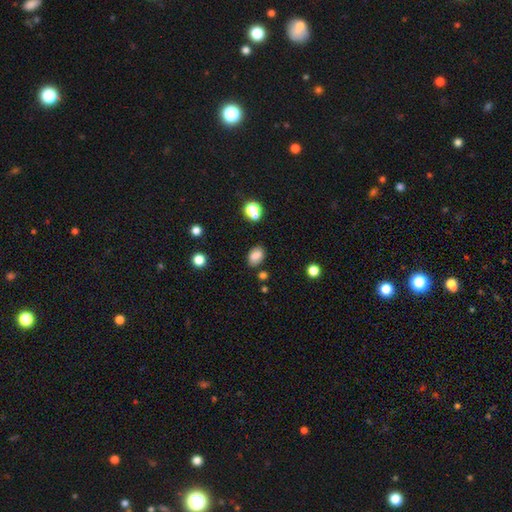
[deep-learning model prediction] The model was most divided on "how rounded": in between: 81%, round: 18%, cigar-shaped: 1%. More confident: smooth or featured — smooth (82%); merging — none (78%).